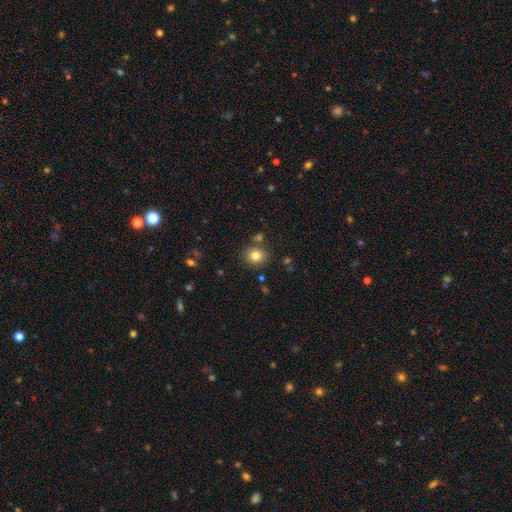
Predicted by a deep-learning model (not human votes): smooth 80%, star or artifact 12%, featured or disk 8%. Down the decision tree: how rounded — round (79%); merging — none (82%).